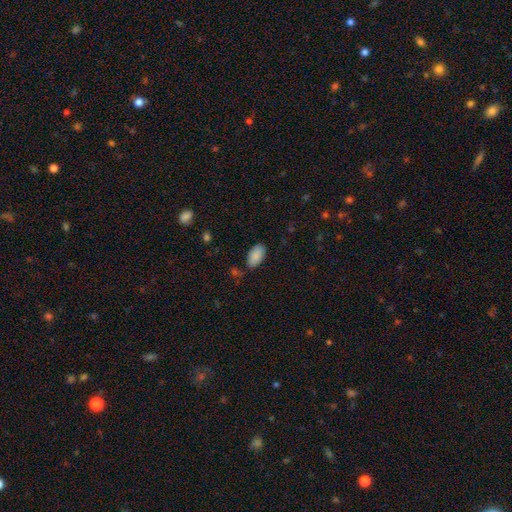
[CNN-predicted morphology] This appears to be a smooth galaxy with no disk features (88%) that is in between round and cigar-shaped (95%). Merging: none (78%).